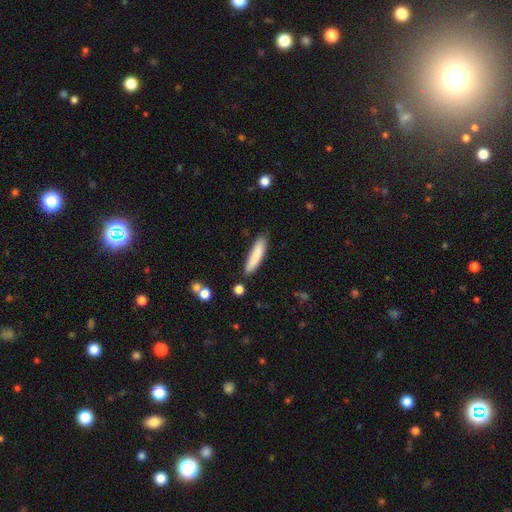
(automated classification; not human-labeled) Q: Smooth or featured?
A: smooth (85%); runner-up: featured or disk (9%)
Q: How rounded?
A: cigar-shaped (83%); runner-up: in between (16%)
Q: Merging?
A: none (84%); runner-up: minor disturbance (12%)